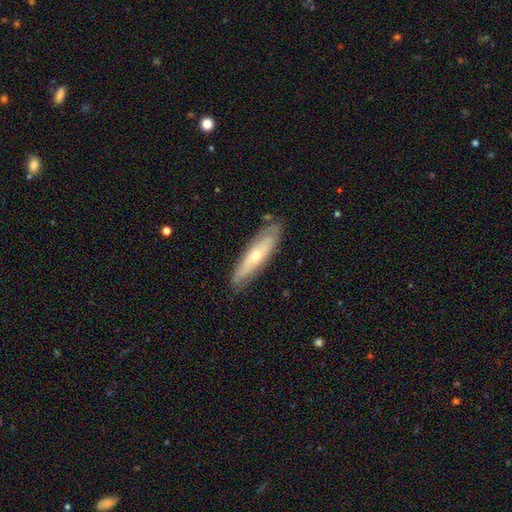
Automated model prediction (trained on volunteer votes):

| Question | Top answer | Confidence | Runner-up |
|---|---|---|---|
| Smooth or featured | featured or disk | 57% | smooth (37%) |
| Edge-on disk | no | 50% | tied: yes (50%) |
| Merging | none | 78% | minor disturbance (17%) |